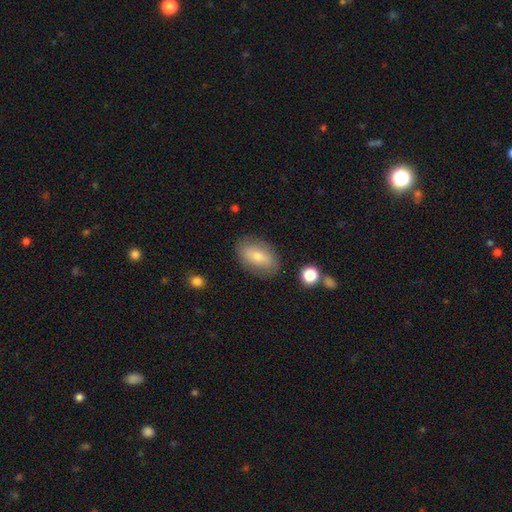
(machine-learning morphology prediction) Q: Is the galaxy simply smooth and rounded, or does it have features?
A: smooth — 66%.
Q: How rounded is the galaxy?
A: in between — 89%.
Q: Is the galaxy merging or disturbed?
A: none — 82%.